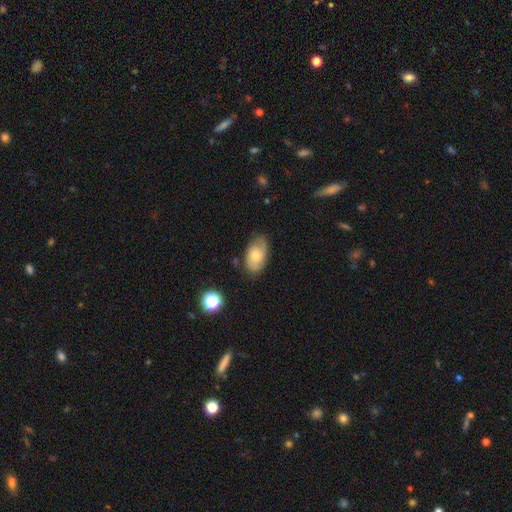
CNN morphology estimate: Overall: smooth (63%; featured or disk 28%). How rounded: in between (91%). Merging: none (73%).